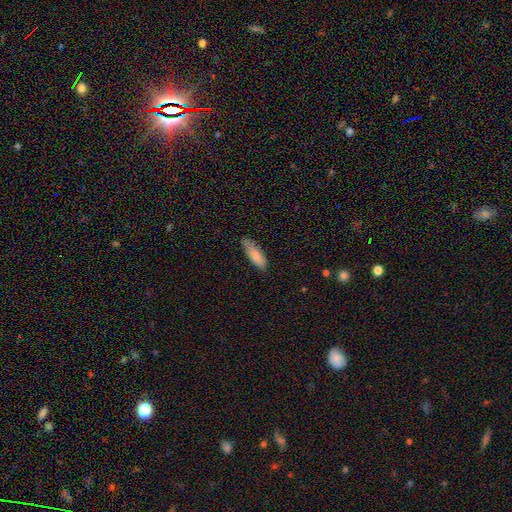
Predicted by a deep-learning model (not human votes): This appears to be a smooth galaxy with no disk features (83%) that is in between round and cigar-shaped (59%). Merging: none (71%).